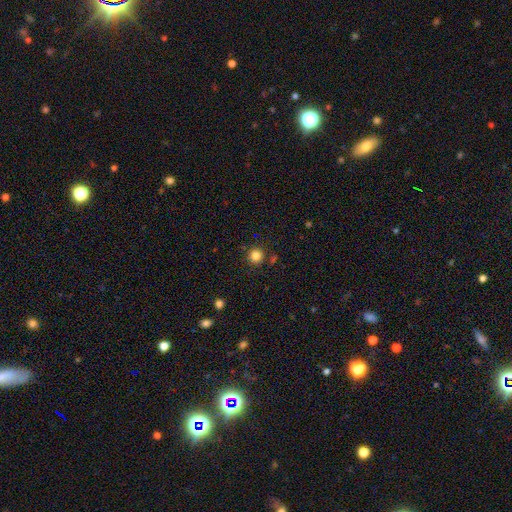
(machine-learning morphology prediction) A smooth galaxy with no disk features (83%) that is round (94%). Merging: none (88%).